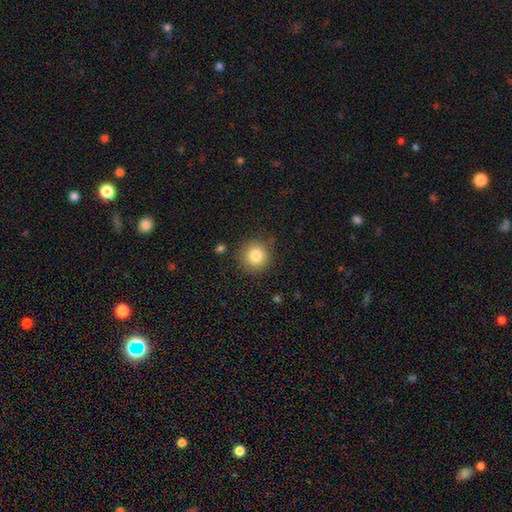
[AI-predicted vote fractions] Morphology: type=smooth (83%); roundness=round (93%); merging=none (86%).